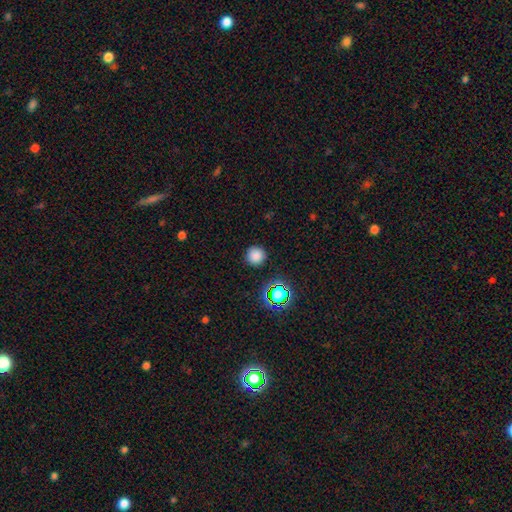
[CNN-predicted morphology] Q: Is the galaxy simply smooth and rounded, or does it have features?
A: smooth — 78%.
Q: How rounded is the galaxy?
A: round — 95%.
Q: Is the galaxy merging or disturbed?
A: none — 90%.